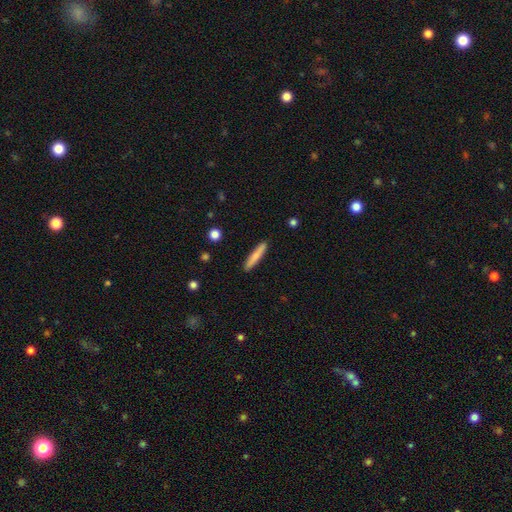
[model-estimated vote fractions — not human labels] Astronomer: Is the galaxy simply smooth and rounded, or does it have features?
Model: smooth — 75%.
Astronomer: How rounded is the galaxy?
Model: cigar-shaped — 92%.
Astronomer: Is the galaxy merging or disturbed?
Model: none — 90%.